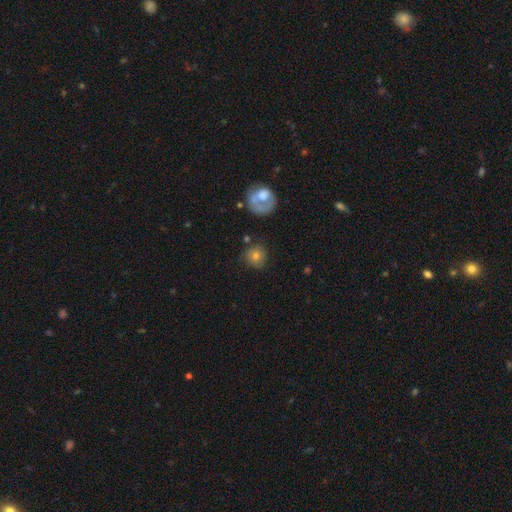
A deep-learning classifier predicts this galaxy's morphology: smooth 69%, featured or disk 19%, star or artifact 12%. Down the decision tree: how rounded — round (88%); merging — none (73%).